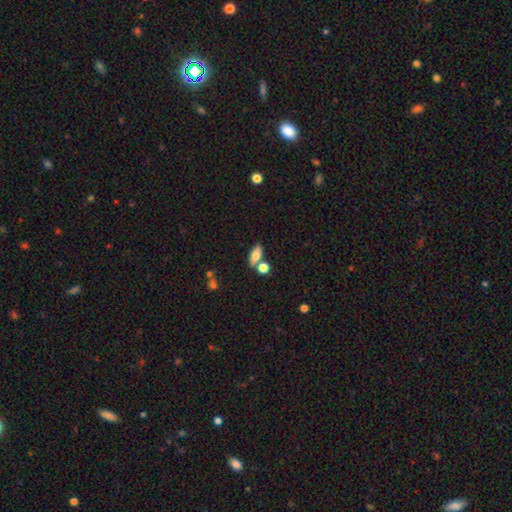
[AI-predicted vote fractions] A smooth galaxy with no disk features (78%) that is in between round and cigar-shaped (81%).

Vote fractions:
- Smooth or featured? smooth: 78% / featured or disk: 14% / star or artifact: 9%
- How rounded? in between: 81% / cigar-shaped: 13% / round: 6%
- Merging? none: 64% / merger: 21% / minor disturbance: 12% / major disturbance: 4%